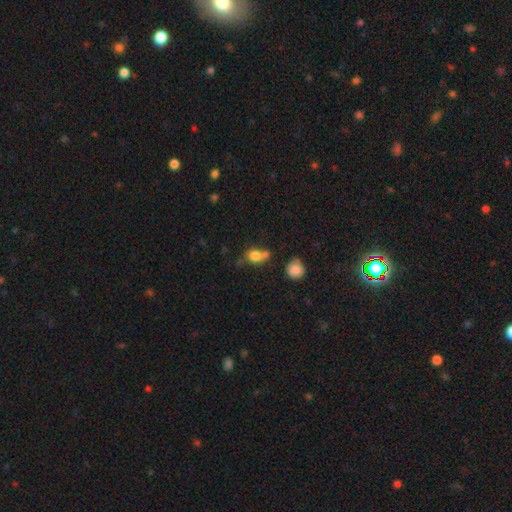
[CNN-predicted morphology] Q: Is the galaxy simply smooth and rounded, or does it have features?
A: smooth — 77%.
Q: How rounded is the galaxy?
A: round — 62%.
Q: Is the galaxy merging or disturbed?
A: none — 40%.